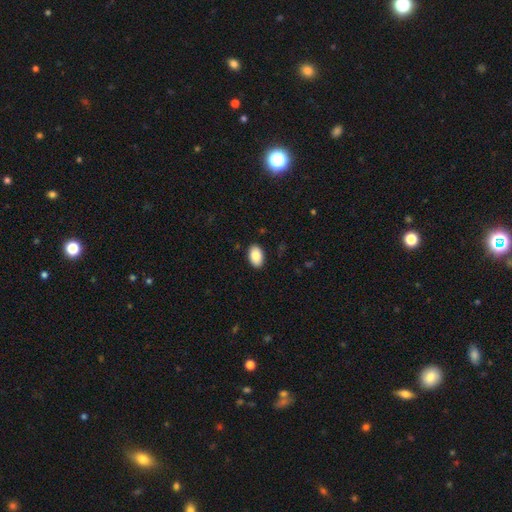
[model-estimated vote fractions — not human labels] Overall: smooth (87%). How rounded: in between (92%). Merging: none (89%).